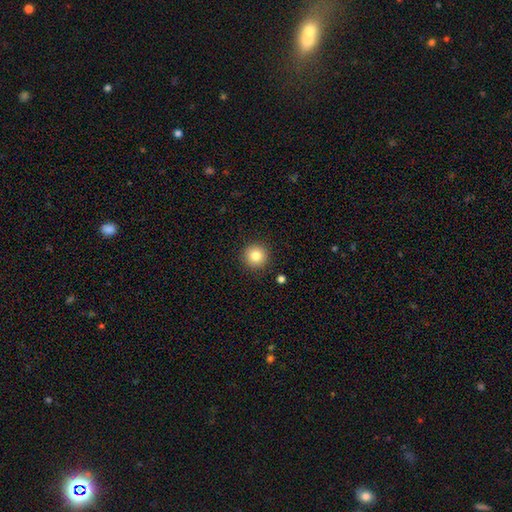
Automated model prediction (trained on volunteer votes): Smooth or featured? smooth (83%)
How rounded? round (95%)
Merging? none (91%)